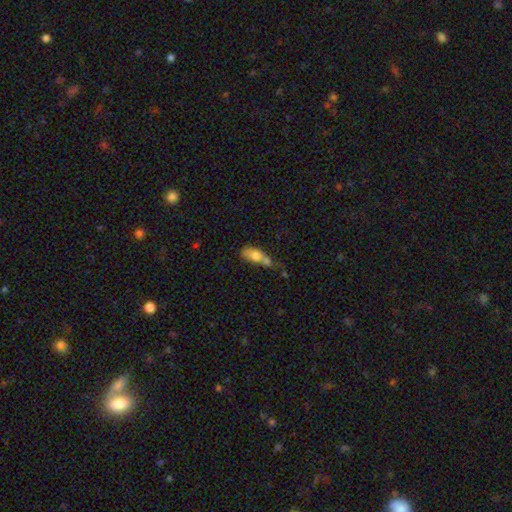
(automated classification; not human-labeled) The model was most divided on "merging": merger: 47%, none: 22%, minor disturbance: 17%, major disturbance: 13%. More confident: how rounded — in between (73%); smooth or featured — smooth (67%).